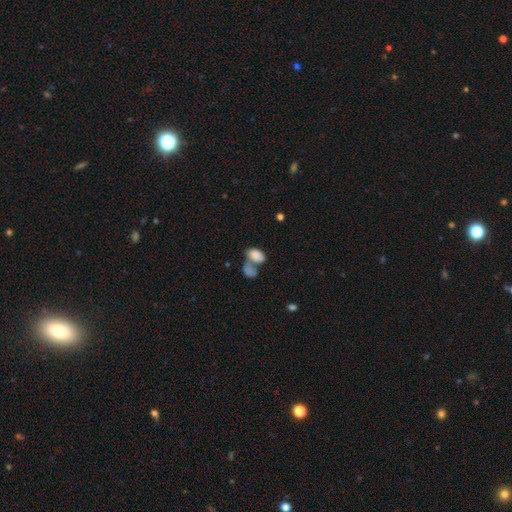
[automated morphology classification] Smooth or featured?
  - smooth: 80% *
  - featured or disk: 11%
  - star or artifact: 9%
How rounded?
  - in between: 88% *
  - round: 11%
  - cigar-shaped: 1%
Merging?
  - merger: 59% *
  - none: 23%
  - minor disturbance: 9%
  - major disturbance: 8%